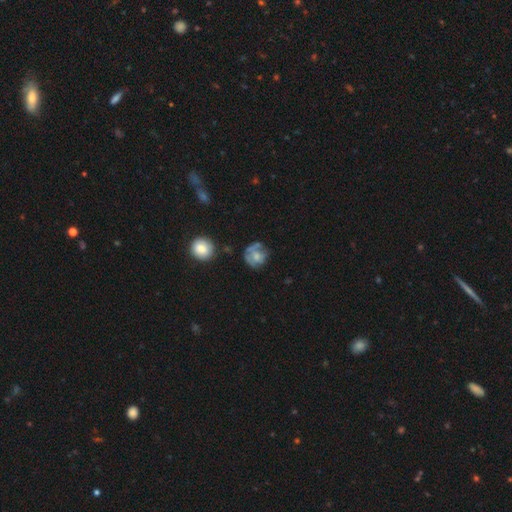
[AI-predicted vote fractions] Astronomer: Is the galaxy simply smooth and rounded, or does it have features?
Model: smooth — 48% (runner-up: featured or disk, 43%).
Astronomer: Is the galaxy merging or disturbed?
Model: none — 49% (runner-up: minor disturbance, 25%).